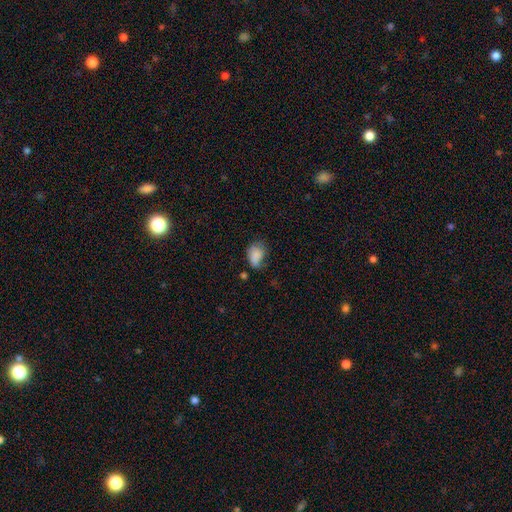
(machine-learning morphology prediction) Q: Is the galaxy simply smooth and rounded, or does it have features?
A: smooth — 79%.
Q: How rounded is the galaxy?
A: in between — 75%.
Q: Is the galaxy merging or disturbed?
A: none — 37%.